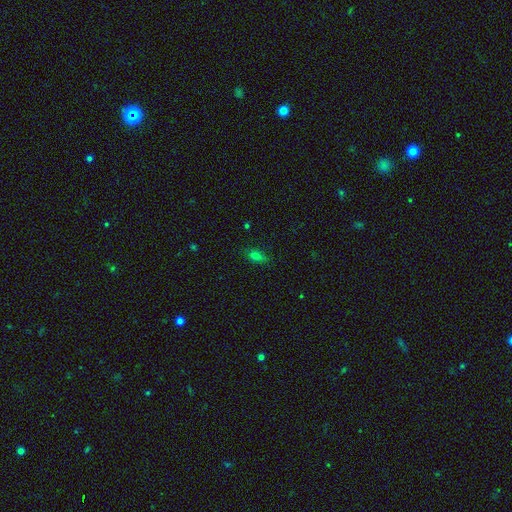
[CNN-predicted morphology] smooth-or-featured: smooth: 72% | star or artifact: 18% | featured or disk: 10%
  how-rounded: in between: 79% | round: 10% | cigar-shaped: 10%
  merging: none: 79% | minor disturbance: 16% | major disturbance: 4% | merger: 1%